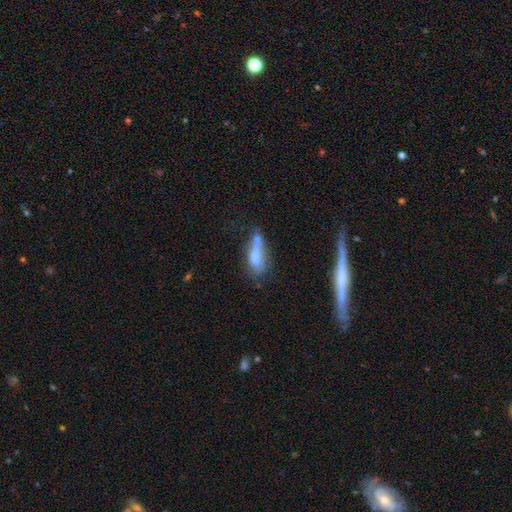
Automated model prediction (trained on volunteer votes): Smooth or featured?
  - smooth: 69% *
  - featured or disk: 21%
  - star or artifact: 10%
How rounded?
  - in between: 73% *
  - cigar-shaped: 24%
  - round: 3%
Merging?
  - none: 29% *
  - merger: 27%
  - minor disturbance: 25%
  - major disturbance: 19%